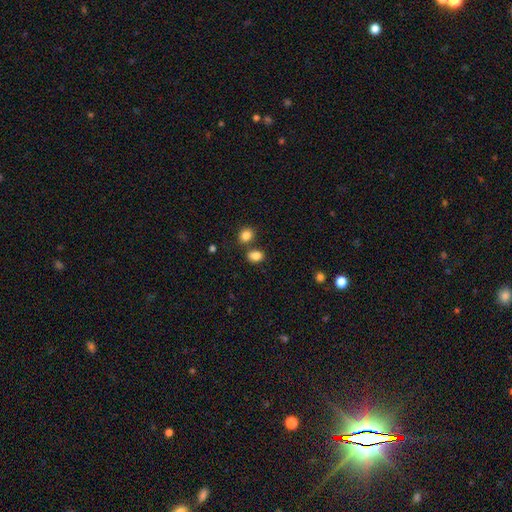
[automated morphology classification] smooth-or-featured: smooth: 85% | star or artifact: 10% | featured or disk: 5%
  how-rounded: in between: 69% | round: 29% | cigar-shaped: 1%
  merging: none: 63% | merger: 22% | minor disturbance: 12% | major disturbance: 4%